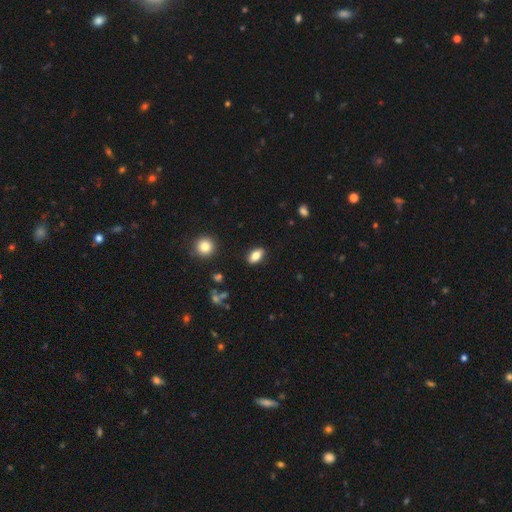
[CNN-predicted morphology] smooth_or_featured: smooth (p=0.79) [alt: featured or disk p=0.12]
how_rounded: in between (p=0.87) [alt: round p=0.07]
merging: none (p=0.88) [alt: minor disturbance p=0.09]